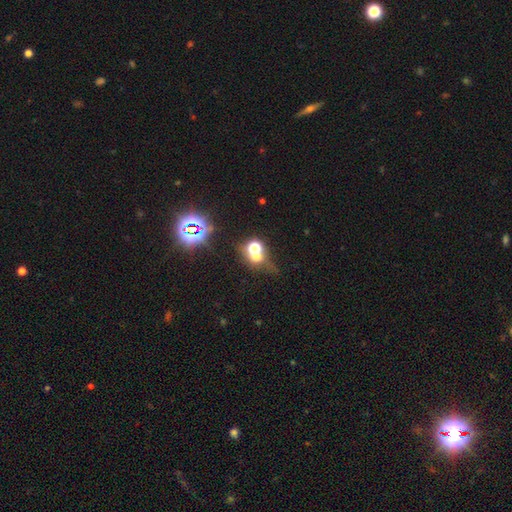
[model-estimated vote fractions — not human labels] smooth 48%, star or artifact 36%, featured or disk 16%. Down the decision tree: merging — none (41%).